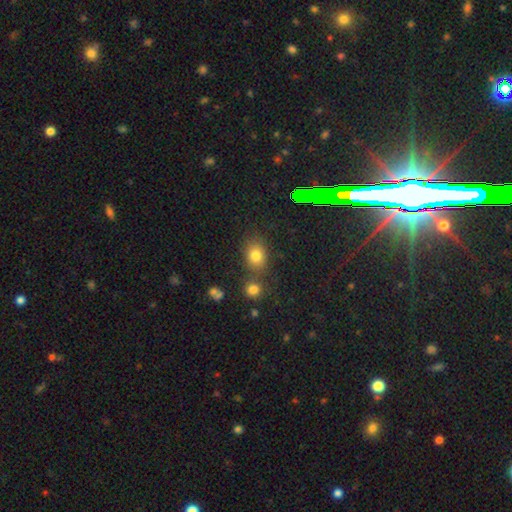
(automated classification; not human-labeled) Q: Smooth or featured?
A: smooth (76%); runner-up: star or artifact (16%)
Q: How rounded?
A: in between (52%); runner-up: round (46%)
Q: Merging?
A: none (72%); runner-up: merger (12%)